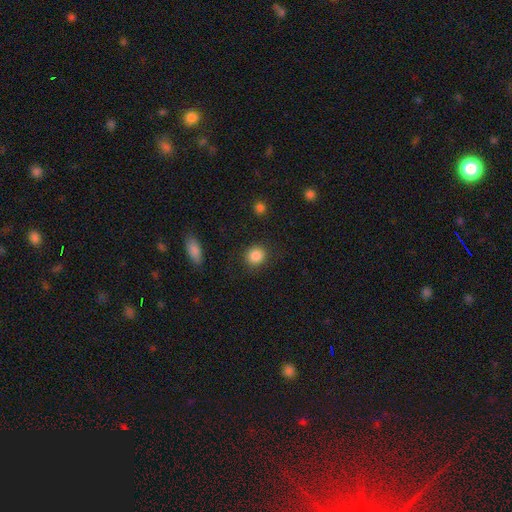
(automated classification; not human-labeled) This is clearly a smooth galaxy (87%). How rounded: likely round (79%). Merging: clearly none (86%).